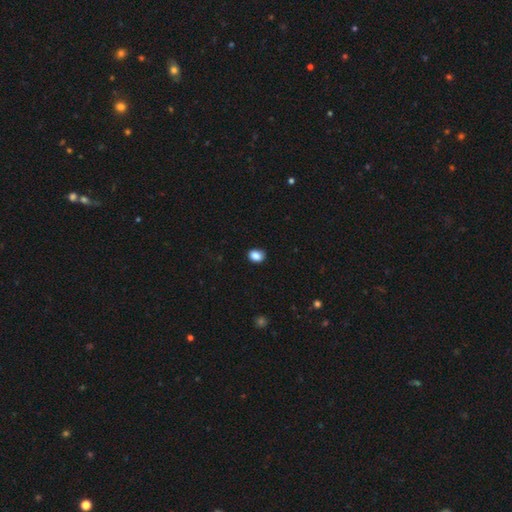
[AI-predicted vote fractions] A smooth galaxy with no disk features (88%) that is in between round and cigar-shaped (62%). Merging: none (87%).